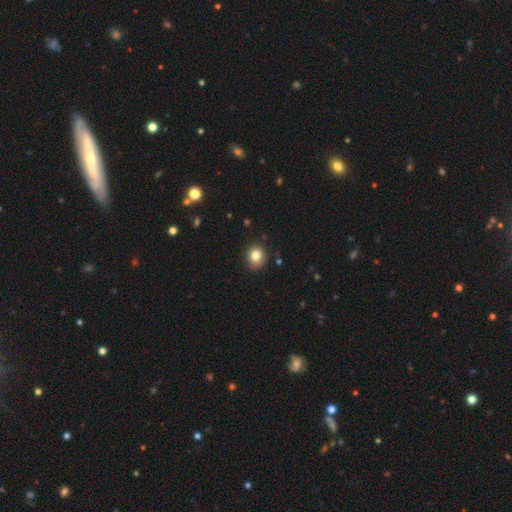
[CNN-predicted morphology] smooth_or_featured: smooth (p=0.81) [alt: star or artifact p=0.11]
how_rounded: round (p=0.75) [alt: in between p=0.24]
merging: none (p=0.85) [alt: minor disturbance p=0.11]